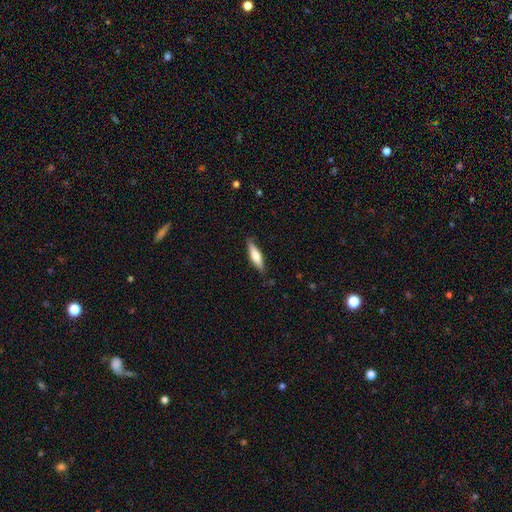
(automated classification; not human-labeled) smooth-or-featured: smooth: 55% | featured or disk: 39% | star or artifact: 6%
  how-rounded: cigar-shaped: 70% | in between: 28% | round: 2%
  merging: none: 84% | minor disturbance: 13% | major disturbance: 2% | merger: 1%